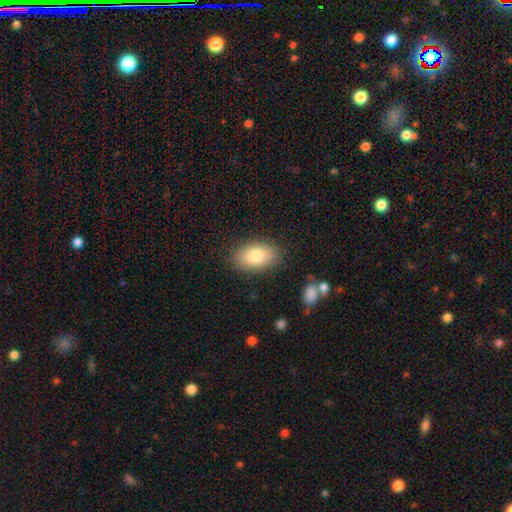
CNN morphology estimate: Q: Smooth or featured?
A: smooth (80%); runner-up: featured or disk (13%)
Q: How rounded?
A: in between (90%); runner-up: round (9%)
Q: Merging?
A: none (86%); runner-up: minor disturbance (10%)